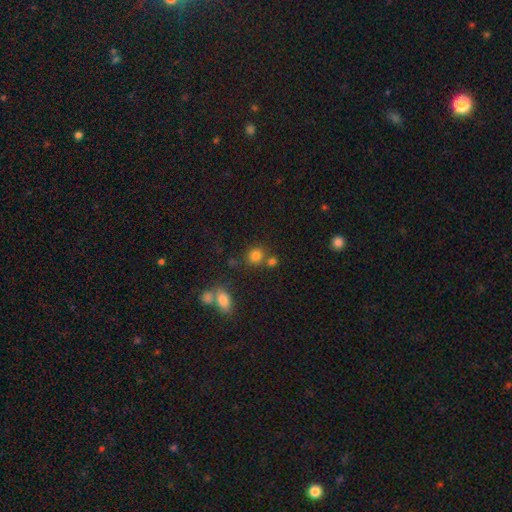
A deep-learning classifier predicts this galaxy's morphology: Smooth or featured? Predicted: smooth (p=0.79). How rounded? Predicted: round (p=0.83). Merging? Predicted: none (p=0.65).